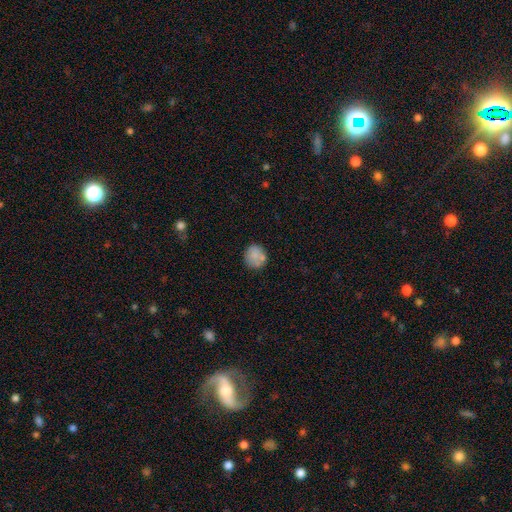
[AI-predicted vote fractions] The model was most divided on "merging": none: 69%, minor disturbance: 16%, merger: 10%, major disturbance: 5%. More confident: how rounded — round (82%); smooth or featured — smooth (79%).